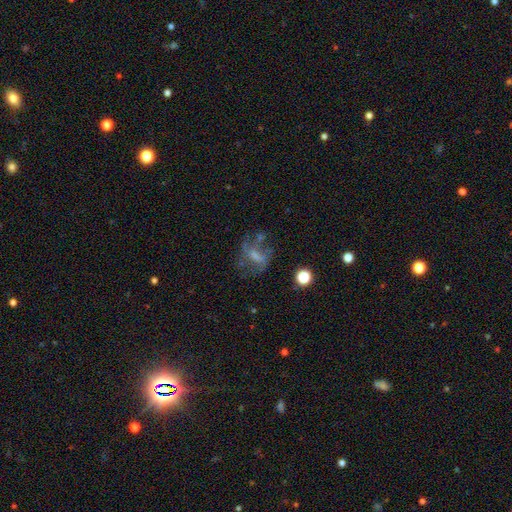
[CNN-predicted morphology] Q: Smooth or featured?
A: featured or disk (50%); runner-up: smooth (31%)
Q: Edge-on disk?
A: no (95%); runner-up: yes (5%)
Q: Merging?
A: none (42%); runner-up: major disturbance (32%)